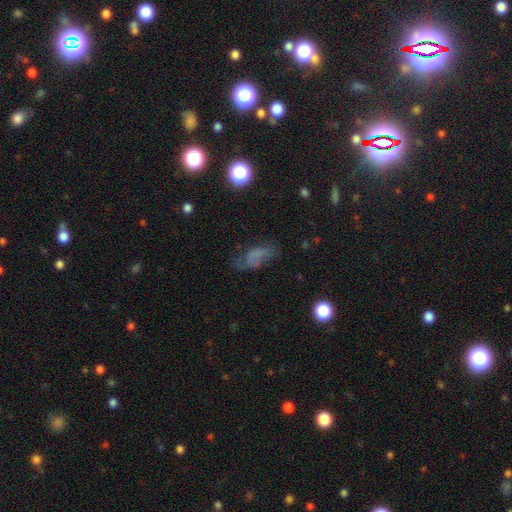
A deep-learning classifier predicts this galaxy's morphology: smooth_or_featured: smooth (p=0.54) [alt: featured or disk p=0.28]
how_rounded: in between (p=0.82) [alt: cigar-shaped p=0.11]
merging: none (p=0.49) [alt: minor disturbance p=0.26]